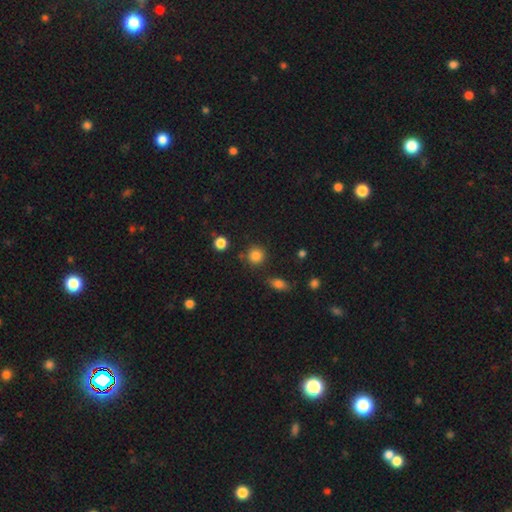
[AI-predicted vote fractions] Overall: smooth (84%). How rounded: round (91%). Merging: none (81%).